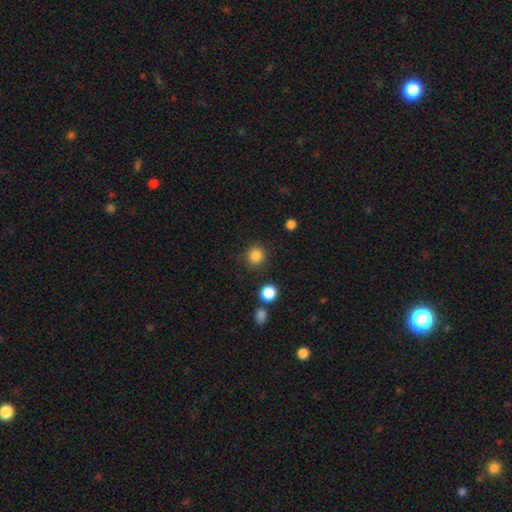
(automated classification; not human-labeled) Smooth or featured? Predicted: smooth (p=0.86). How rounded? Predicted: round (p=0.92). Merging? Predicted: none (p=0.87).